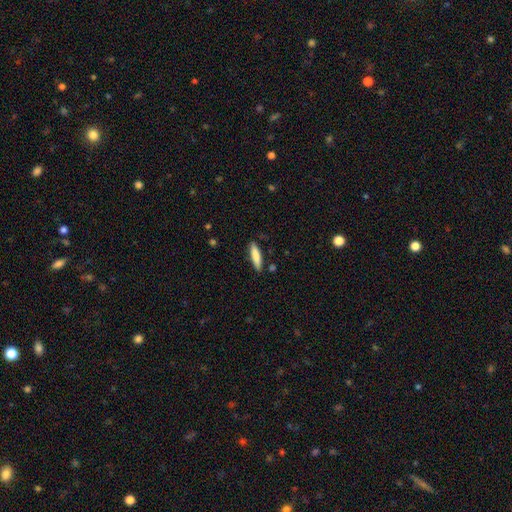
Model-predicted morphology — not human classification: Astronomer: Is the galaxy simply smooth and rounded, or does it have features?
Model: smooth — 83%.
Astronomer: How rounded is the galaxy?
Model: cigar-shaped — 76%.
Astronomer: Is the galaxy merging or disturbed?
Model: none — 85%.